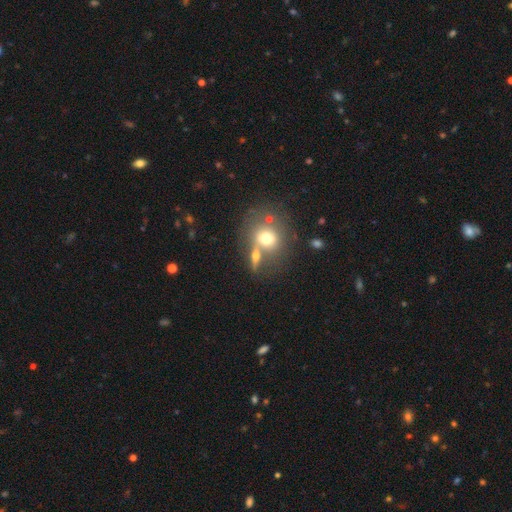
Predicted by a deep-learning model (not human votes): Q: Smooth or featured?
A: smooth (59%); runner-up: featured or disk (30%)
Q: How rounded?
A: round (53%); runner-up: in between (36%)
Q: Merging?
A: none (44%); runner-up: merger (38%)